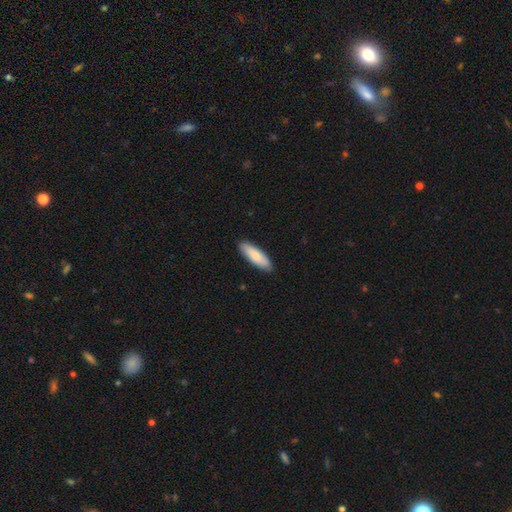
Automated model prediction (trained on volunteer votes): Smooth or featured? smooth (78%)
How rounded? in between (51%)
Merging? none (89%)